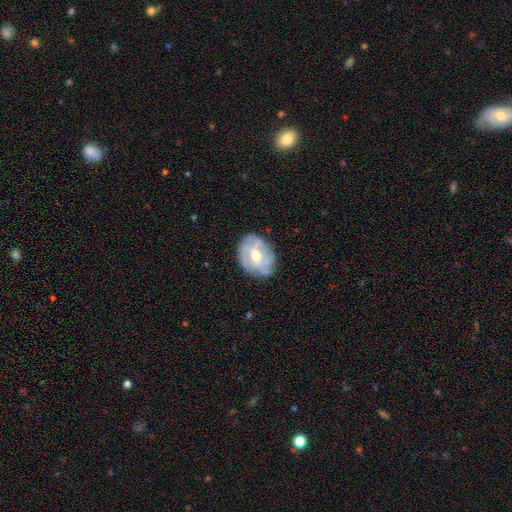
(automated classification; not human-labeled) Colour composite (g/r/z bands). It shows a featured or disk galaxy (75%) with a weak bar (44%), tight (50%) spiral arms (81%) and a moderate central bulge (65%). Merging: none (72%).